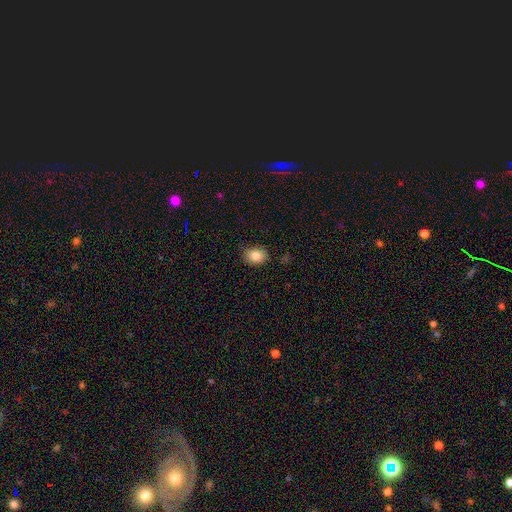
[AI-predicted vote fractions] smooth-or-featured: smooth: 84% | star or artifact: 9% | featured or disk: 7%
  how-rounded: in between: 63% | round: 36% | cigar-shaped: 1%
  merging: none: 82% | minor disturbance: 14% | major disturbance: 2% | merger: 1%